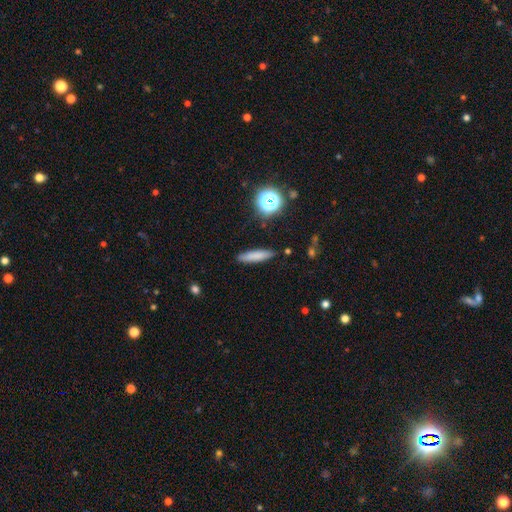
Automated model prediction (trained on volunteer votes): Morphology: type=smooth (76%); roundness=cigar-shaped (82%); merging=none (87%).